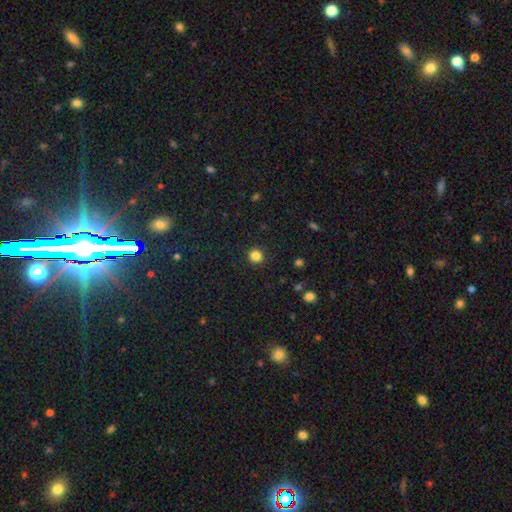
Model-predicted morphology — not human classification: smooth-or-featured: smooth: 84% | star or artifact: 12% | featured or disk: 4%
  how-rounded: round: 95% | in between: 4% | cigar-shaped: 1%
  merging: none: 92% | minor disturbance: 5% | major disturbance: 2% | merger: 1%